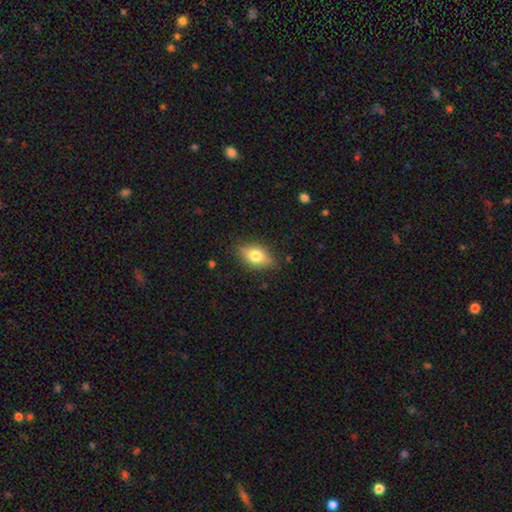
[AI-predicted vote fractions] Q: Smooth or featured?
A: smooth (68%); runner-up: featured or disk (23%)
Q: How rounded?
A: in between (82%); runner-up: round (11%)
Q: Merging?
A: none (82%); runner-up: minor disturbance (14%)